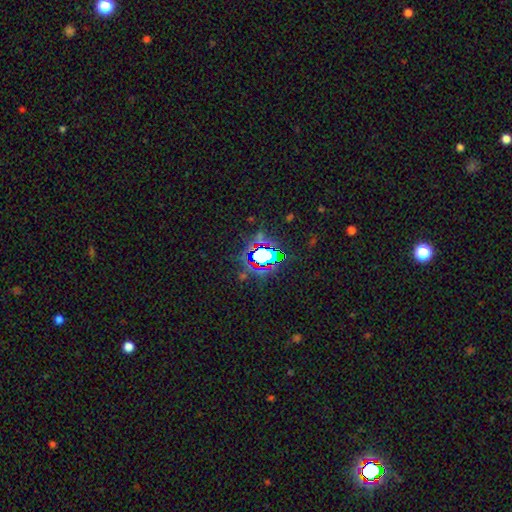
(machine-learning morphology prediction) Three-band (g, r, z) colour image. It shows a star or artifact, not a galaxy (76%).